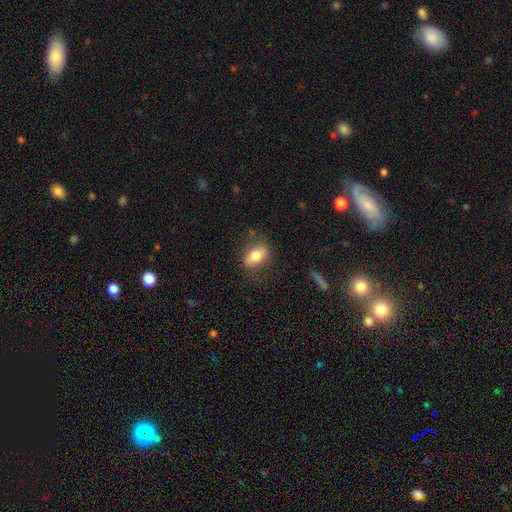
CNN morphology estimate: smooth-or-featured: smooth: 70% | featured or disk: 22% | star or artifact: 7%
  how-rounded: in between: 82% | round: 12% | cigar-shaped: 6%
  merging: none: 76% | minor disturbance: 17% | major disturbance: 6% | merger: 2%